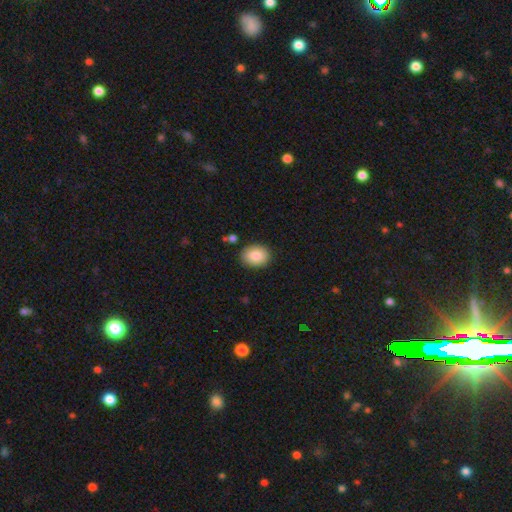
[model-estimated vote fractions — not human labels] Overall: smooth (87%). How rounded: in between (53%; round 46%). Merging: none (86%).